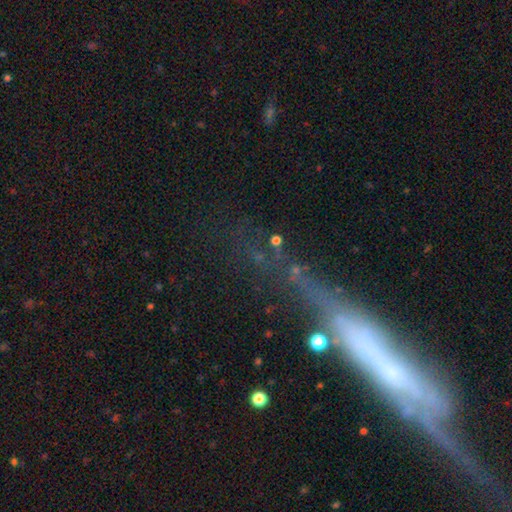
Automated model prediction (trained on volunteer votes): This appears to be a featured or disk galaxy (38%). Merging: none (48%).